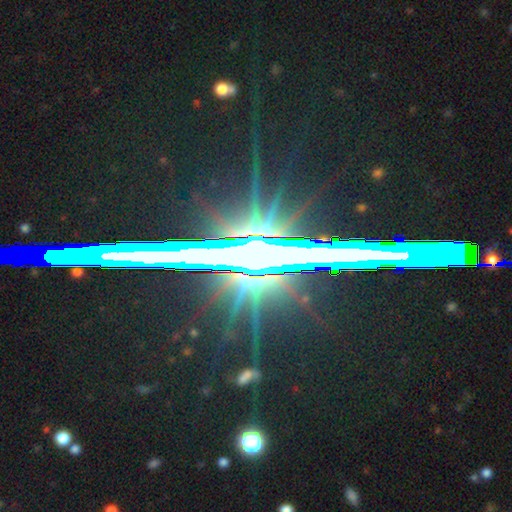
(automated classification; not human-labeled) A star or artifact, not a galaxy (80%).

Vote fractions:
- Smooth or featured? star or artifact: 80% / featured or disk: 11% / smooth: 9%